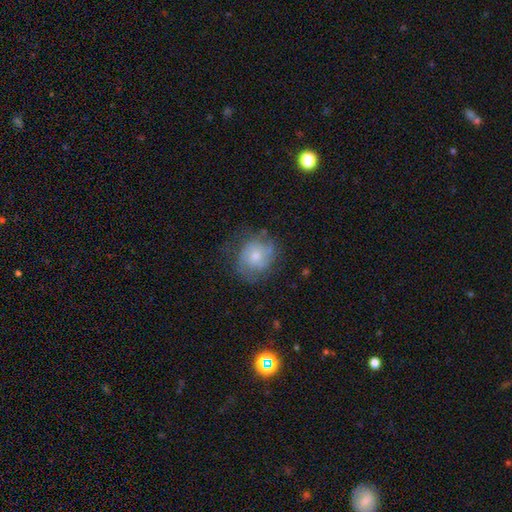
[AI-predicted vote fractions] smooth-or-featured: smooth: 47% | featured or disk: 45% | star or artifact: 8%
  merging: none: 58% | minor disturbance: 25% | major disturbance: 16% | merger: 2%